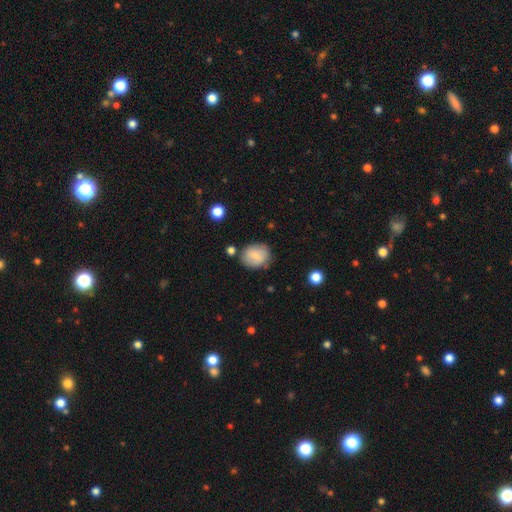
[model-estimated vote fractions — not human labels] Overall: smooth (67%). How rounded: round (55%; in between 44%). Merging: none (74%).